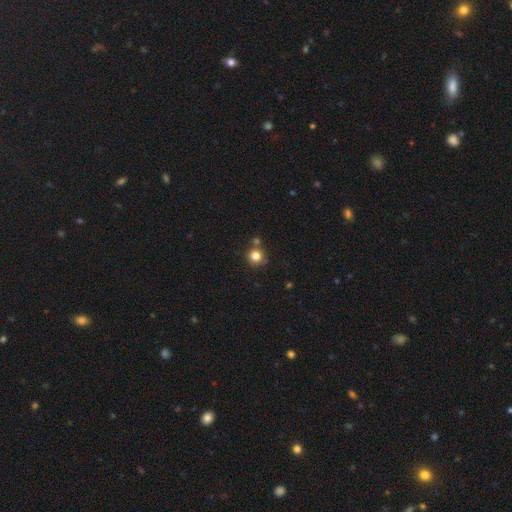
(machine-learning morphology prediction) This appears to be a smooth galaxy with no disk features (81%) that is round (92%). Merging: none (74%).